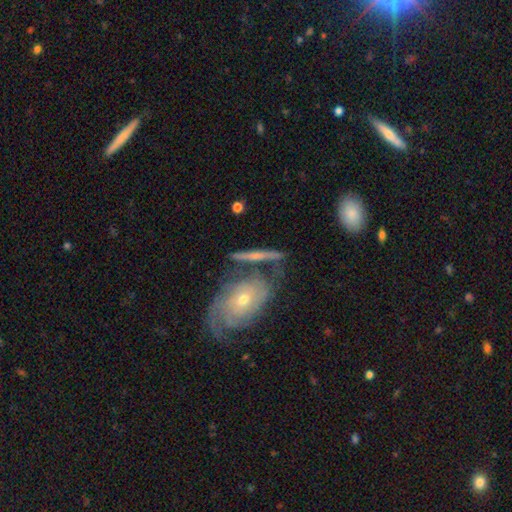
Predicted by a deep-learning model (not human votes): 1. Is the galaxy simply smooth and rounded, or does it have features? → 65% featured or disk, 26% smooth, 8% star or artifact.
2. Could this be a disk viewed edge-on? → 61% yes, 39% no.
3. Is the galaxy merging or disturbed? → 59% none, 20% merger, 15% minor disturbance, 6% major disturbance.